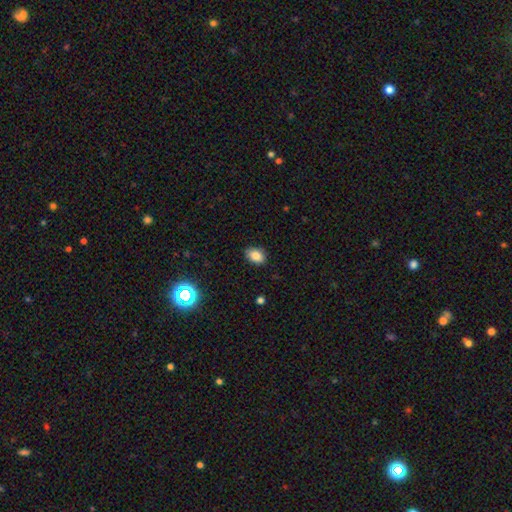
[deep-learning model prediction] Smooth or featured: smooth — 83% (star or artifact — 10%)
How rounded: in between — 77% (round — 22%)
Merging: none — 86% (minor disturbance — 11%)